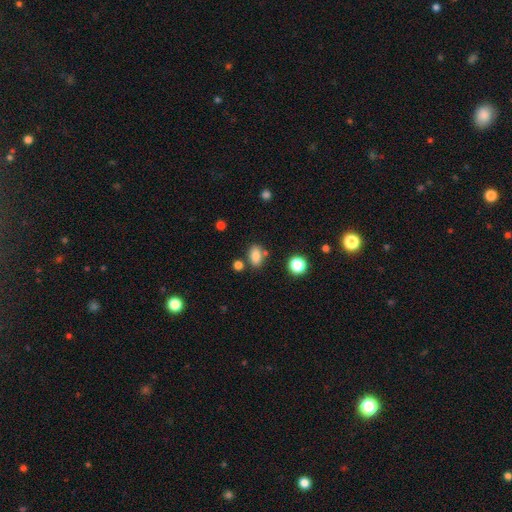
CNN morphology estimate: Smooth or featured? smooth (83%)
How rounded? in between (84%)
Merging? none (73%)